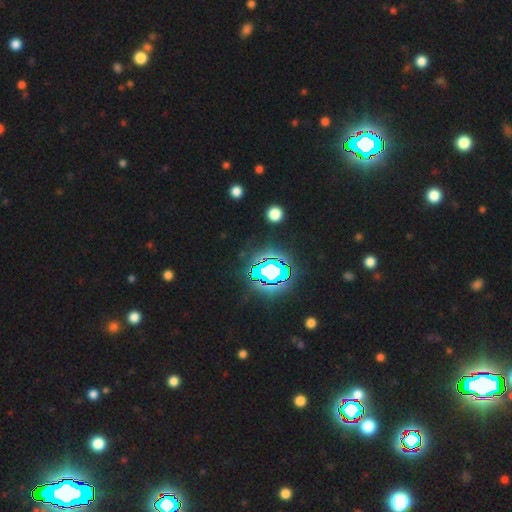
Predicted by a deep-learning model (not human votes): This appears to be a star or artifact, not a galaxy (83%).